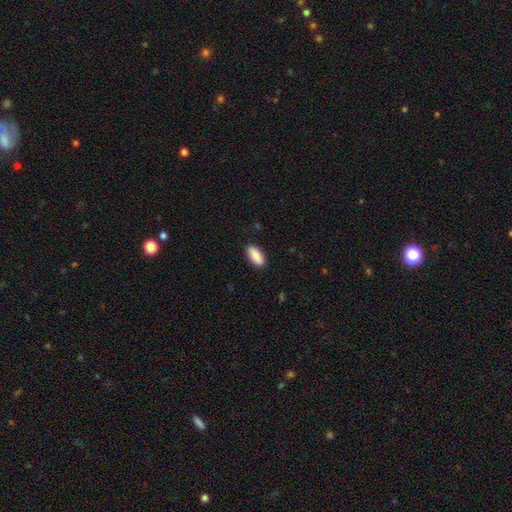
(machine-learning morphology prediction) The model was most divided on "how rounded": in between: 86%, cigar-shaped: 13%, round: 2%. More confident: smooth or featured — smooth (90%); merging — none (89%).